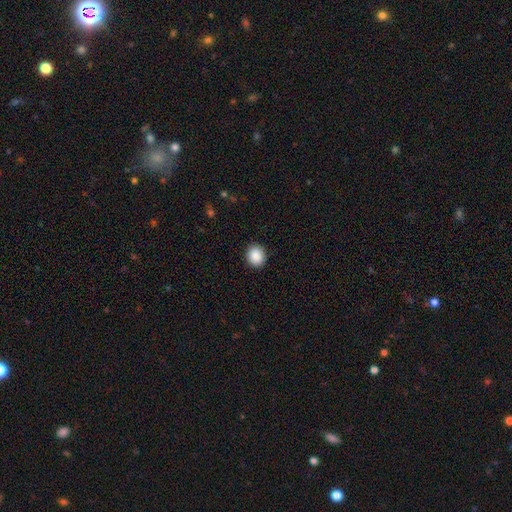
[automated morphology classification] A smooth galaxy with no disk features (88%) that is round (76%).

Vote fractions:
- Smooth or featured? smooth: 88% / star or artifact: 8% / featured or disk: 3%
- How rounded? round: 76% / in between: 23% / cigar-shaped: 1%
- Merging? none: 91% / minor disturbance: 6% / major disturbance: 2% / merger: 1%